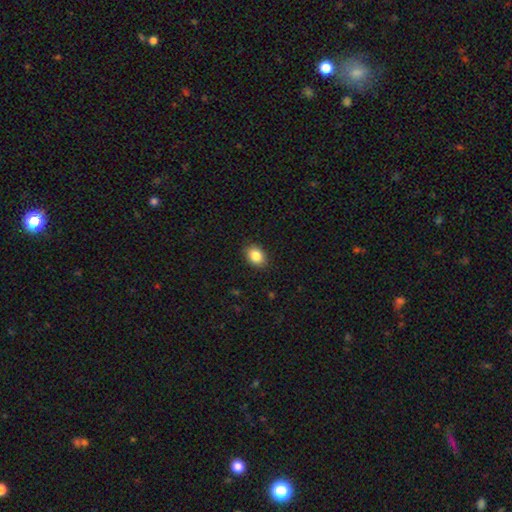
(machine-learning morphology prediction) Smooth or featured? Predicted: smooth (p=0.86). How rounded? Predicted: in between (p=0.66). Merging? Predicted: none (p=0.89).